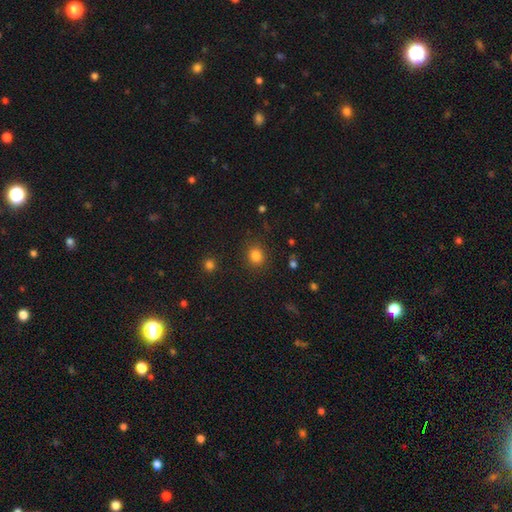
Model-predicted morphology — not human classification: Smooth or featured: smooth — 83% (star or artifact — 13%)
How rounded: round — 79% (in between — 20%)
Merging: none — 87% (minor disturbance — 8%)